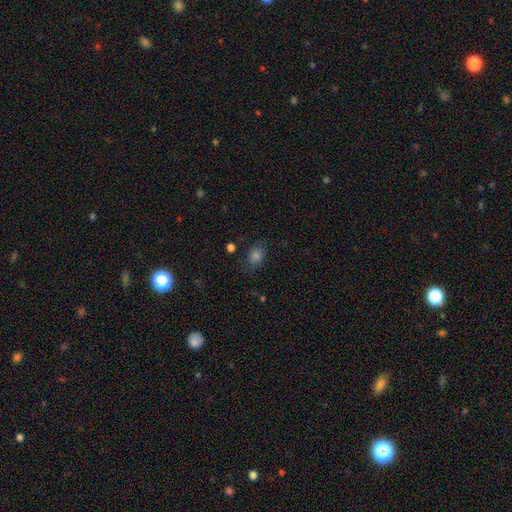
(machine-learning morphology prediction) The model was most divided on "how rounded": in between: 53%, round: 45%, cigar-shaped: 2%. More confident: merging — none (73%); smooth or featured — smooth (64%).